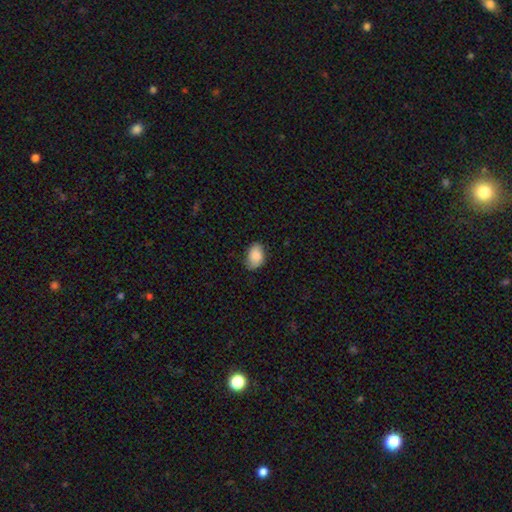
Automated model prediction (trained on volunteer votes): Smooth or featured? Predicted: smooth (p=0.85). How rounded? Predicted: in between (p=0.84). Merging? Predicted: none (p=0.75).